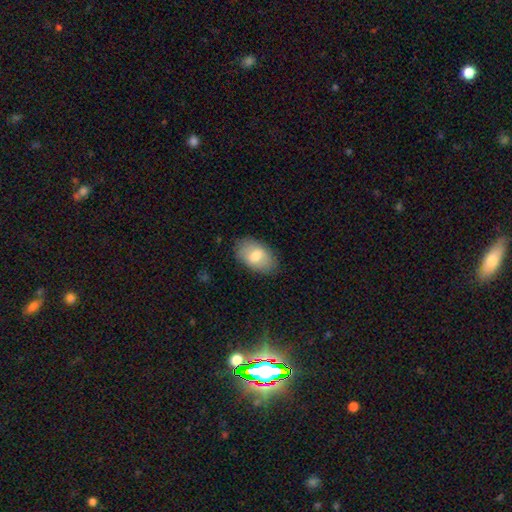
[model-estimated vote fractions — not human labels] A smooth galaxy with no disk features (72%) that is in between round and cigar-shaped (92%). Merging: none (81%).